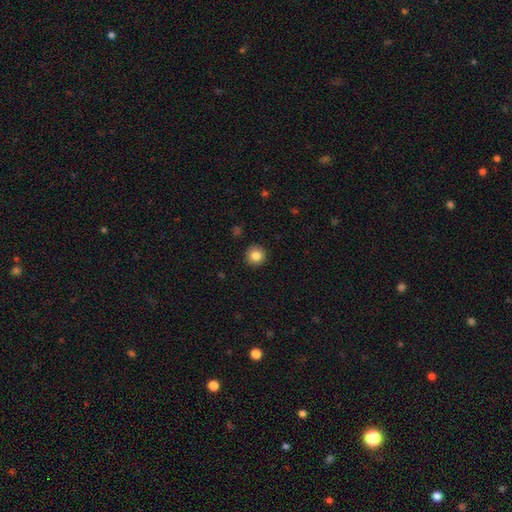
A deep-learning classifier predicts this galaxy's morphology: Overall: smooth (84%). How rounded: round (94%). Merging: none (92%).